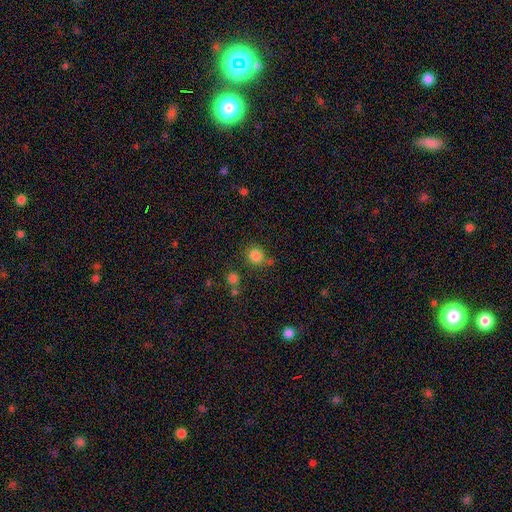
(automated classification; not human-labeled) Morphology: type=smooth (83%); roundness=round (83%); merging=none (72%).